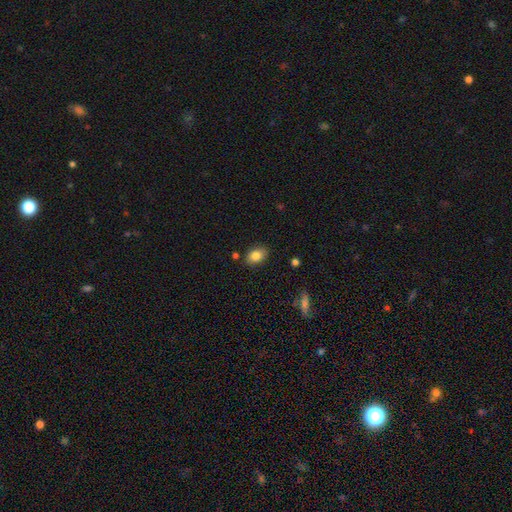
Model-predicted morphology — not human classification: Smooth or featured?
  - smooth: 84% *
  - star or artifact: 9%
  - featured or disk: 7%
How rounded?
  - in between: 82% *
  - round: 16%
  - cigar-shaped: 1%
Merging?
  - none: 83% *
  - minor disturbance: 11%
  - merger: 3%
  - major disturbance: 3%